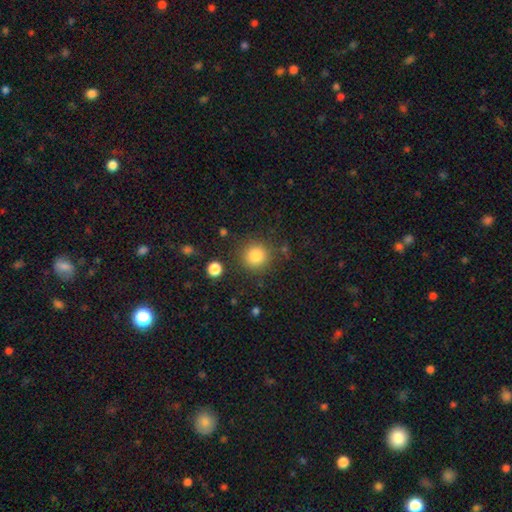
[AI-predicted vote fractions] Smooth or featured?
  - smooth: 84% *
  - star or artifact: 11%
  - featured or disk: 5%
How rounded?
  - round: 93% *
  - in between: 6%
  - cigar-shaped: 1%
Merging?
  - none: 85% *
  - minor disturbance: 8%
  - major disturbance: 4%
  - merger: 3%